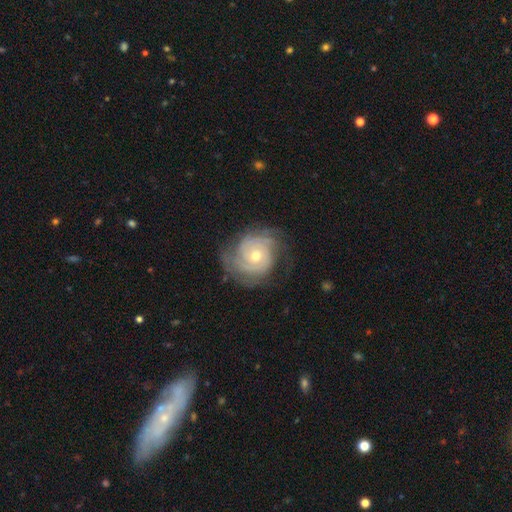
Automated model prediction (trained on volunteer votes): Overall: featured or disk (79%). Edge-on disk: no (97%). Bar: no (80%). Spiral arms: yes (92%). Spiral arm count: can't tell (33%; 2 29%). Spiral winding: tight (65%; medium 26%). Bulge size: moderate (53%; small 43%). Merging: none (64%).